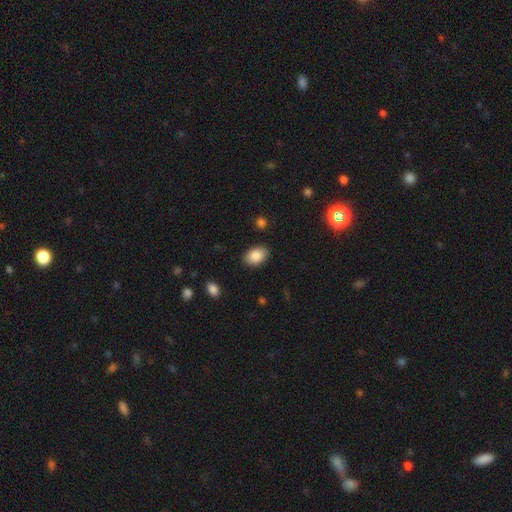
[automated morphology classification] Smooth or featured? Predicted: smooth (p=0.87). How rounded? Predicted: in between (p=0.89). Merging? Predicted: none (p=0.87).